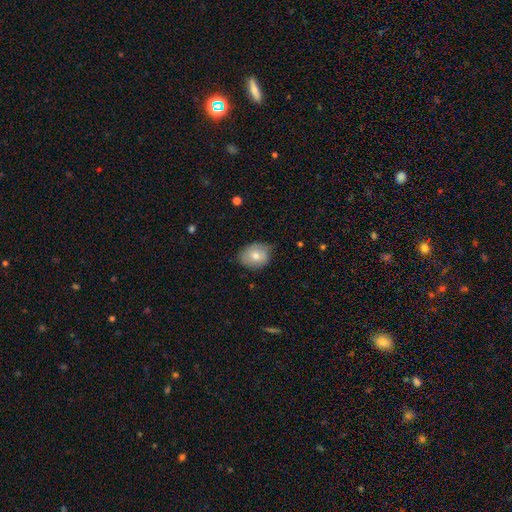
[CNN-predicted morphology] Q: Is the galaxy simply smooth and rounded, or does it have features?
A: smooth — 69%.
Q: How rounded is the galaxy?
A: round — 58%.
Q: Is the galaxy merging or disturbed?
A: none — 71%.